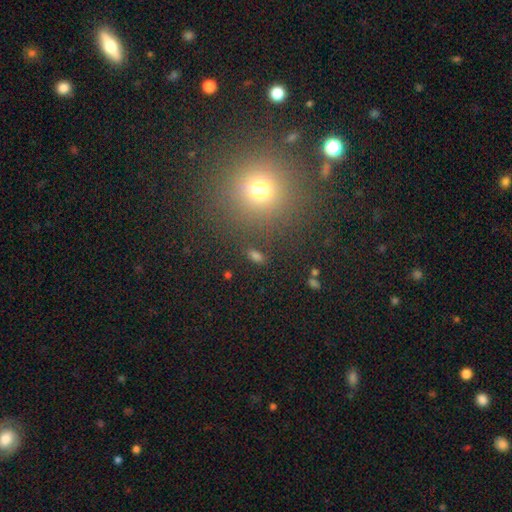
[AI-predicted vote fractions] This appears to be a smooth galaxy with no disk features (60%) that is round (59%). Merging: none (85%).